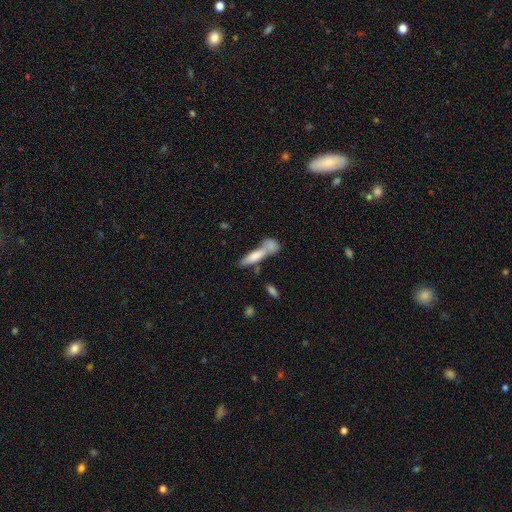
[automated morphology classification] smooth 74%, featured or disk 19%, star or artifact 7%. Down the decision tree: how rounded — cigar-shaped (60%); merging — merger (47%).